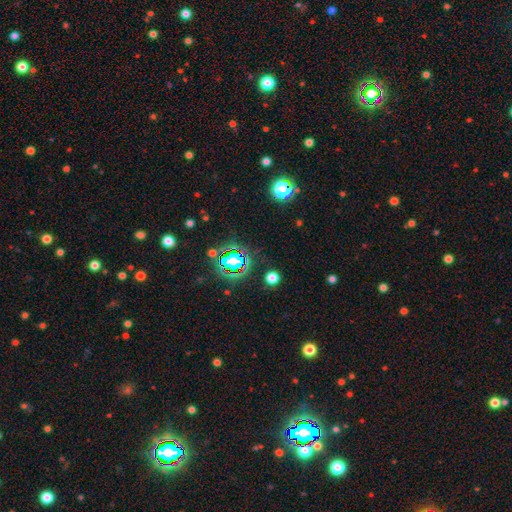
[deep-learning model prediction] A star or artifact, not a galaxy (81%).